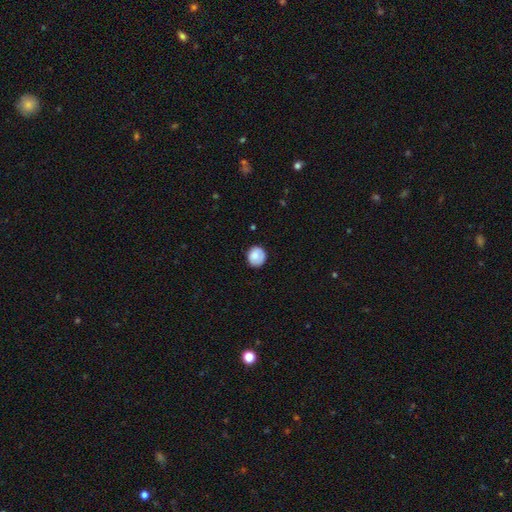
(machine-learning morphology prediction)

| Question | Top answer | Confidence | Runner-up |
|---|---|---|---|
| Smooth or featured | smooth | 80% | featured or disk (13%) |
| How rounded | round | 80% | in between (19%) |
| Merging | none | 79% | minor disturbance (16%) |